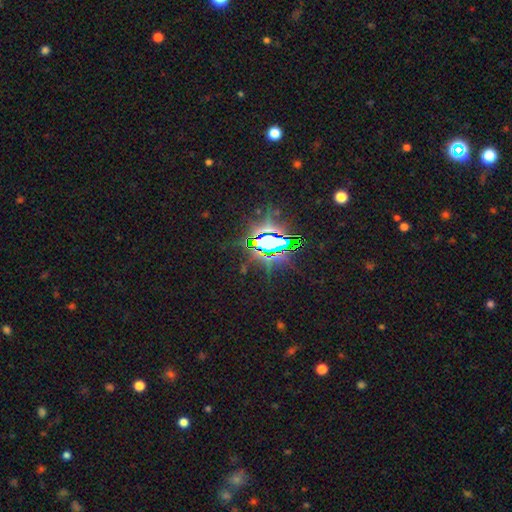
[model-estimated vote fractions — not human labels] Morphology: type=star or artifact (82%).